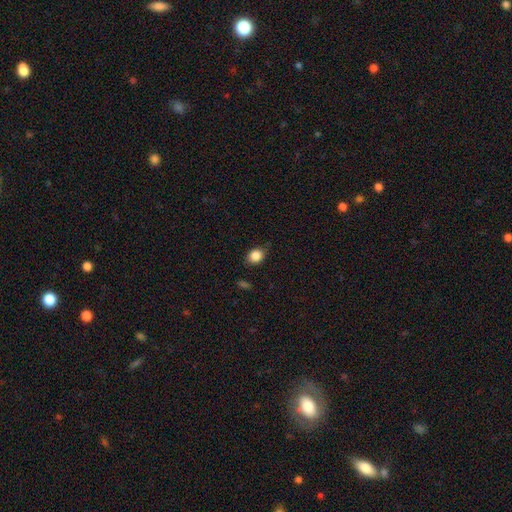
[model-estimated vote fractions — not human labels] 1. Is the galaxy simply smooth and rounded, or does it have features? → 86% smooth, 9% star or artifact, 5% featured or disk.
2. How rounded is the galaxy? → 54% round, 44% in between, 1% cigar-shaped.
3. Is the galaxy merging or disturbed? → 78% none, 17% minor disturbance, 3% major disturbance, 1% merger.